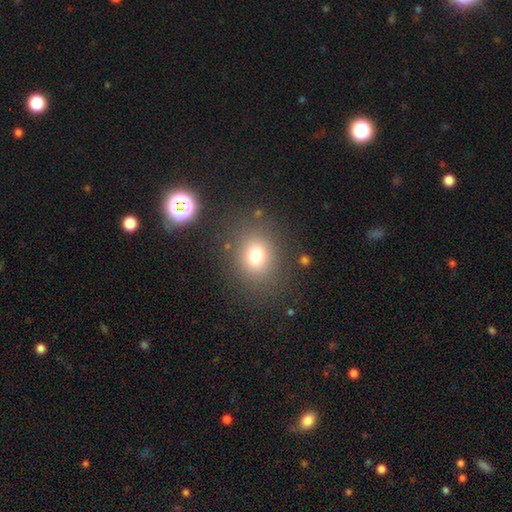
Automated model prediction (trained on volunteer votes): A smooth galaxy with no disk features (75%) that is round (62%). Merging: none (81%).